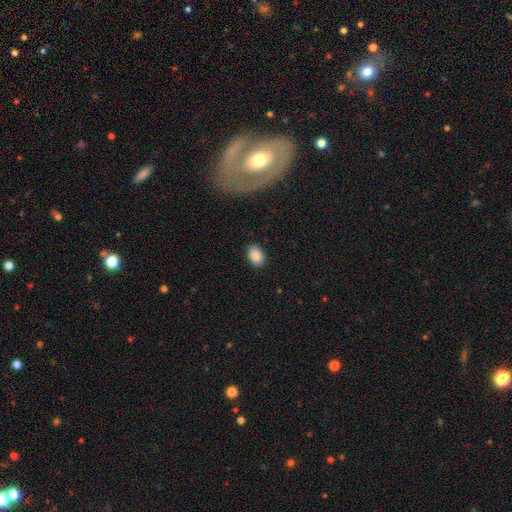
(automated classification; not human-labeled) Q: Smooth or featured?
A: smooth (86%); runner-up: star or artifact (8%)
Q: How rounded?
A: in between (78%); runner-up: round (21%)
Q: Merging?
A: none (87%); runner-up: minor disturbance (9%)